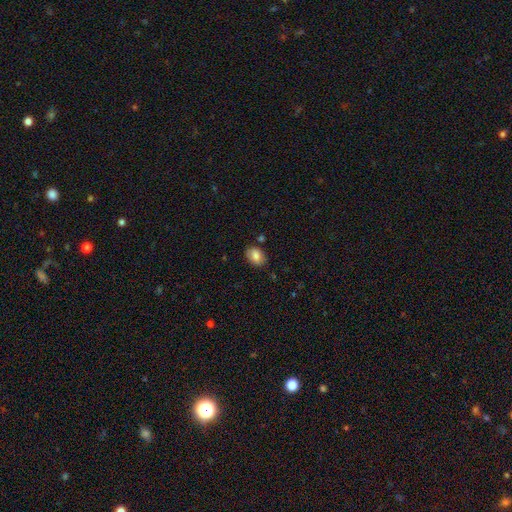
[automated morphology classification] Smooth or featured?
  - smooth: 81% *
  - featured or disk: 11%
  - star or artifact: 8%
How rounded?
  - in between: 77% *
  - round: 21%
  - cigar-shaped: 1%
Merging?
  - none: 82% *
  - minor disturbance: 13%
  - merger: 3%
  - major disturbance: 3%